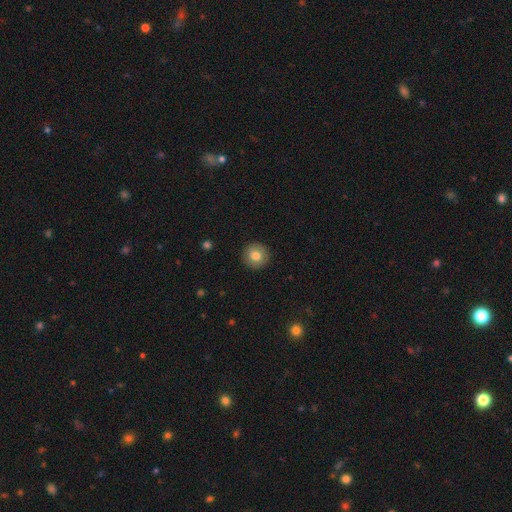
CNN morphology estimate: Smooth or featured? smooth (80%)
How rounded? round (95%)
Merging? none (92%)